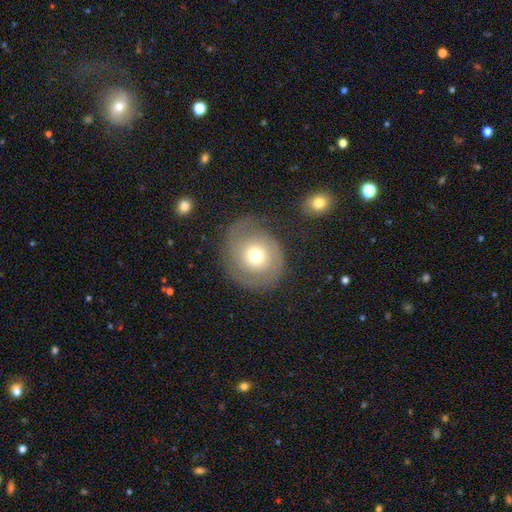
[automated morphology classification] Smooth or featured: smooth — 49% (featured or disk — 42%)
Merging: none — 69% (minor disturbance — 17%)